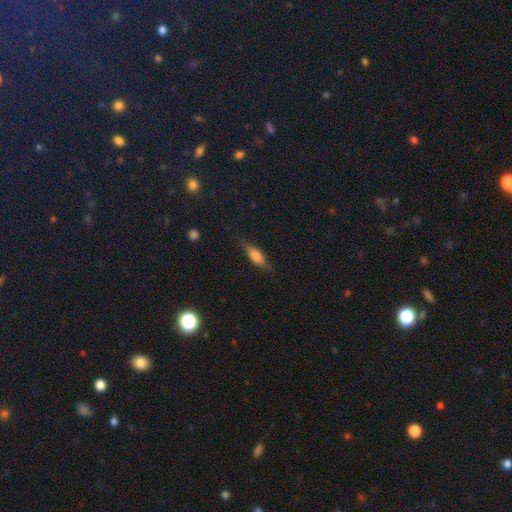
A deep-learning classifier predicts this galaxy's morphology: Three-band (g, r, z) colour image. It shows a smooth galaxy with no disk features (62%) that is in between round and cigar-shaped (54%). Merging: none (74%).